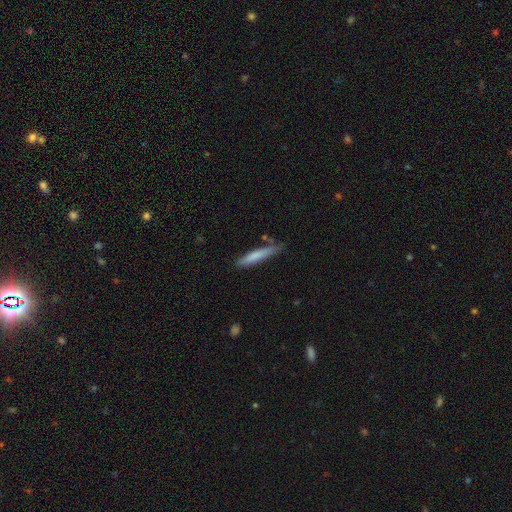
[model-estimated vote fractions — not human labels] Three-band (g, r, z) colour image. It shows a smooth galaxy with no disk features (74%) that is cigar-shaped (92%). Merging: none (75%).